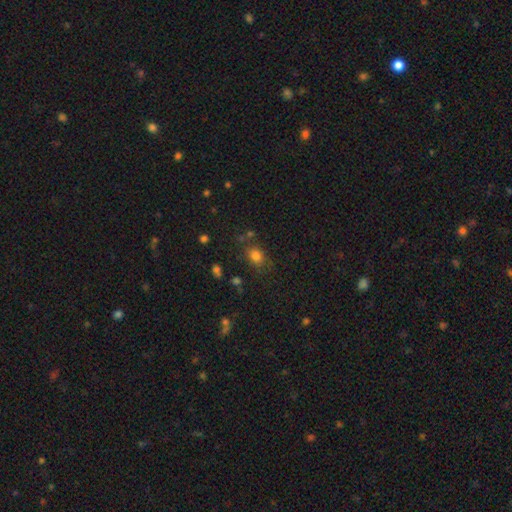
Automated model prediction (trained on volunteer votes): Overall: smooth (78%). How rounded: in between (58%; round 41%). Merging: none (73%).